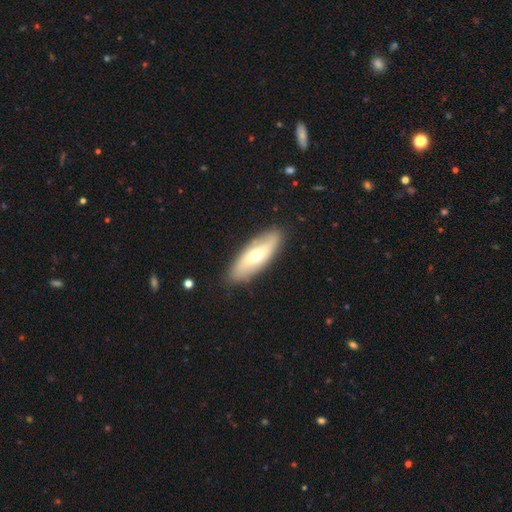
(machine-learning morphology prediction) smooth-or-featured: smooth: 50% | featured or disk: 44% | star or artifact: 5%
  how-rounded: in between: 65% | cigar-shaped: 32% | round: 3%
  merging: none: 87% | minor disturbance: 9% | major disturbance: 2% | merger: 1%